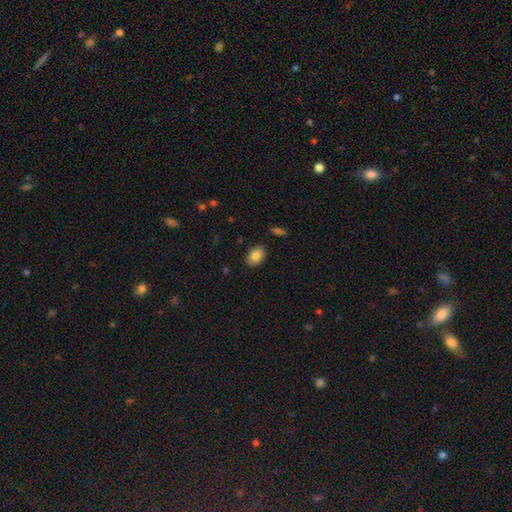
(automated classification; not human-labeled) Smooth or featured?
  - smooth: 85% *
  - star or artifact: 8%
  - featured or disk: 8%
How rounded?
  - in between: 84% *
  - round: 15%
  - cigar-shaped: 1%
Merging?
  - none: 88% *
  - minor disturbance: 9%
  - major disturbance: 2%
  - merger: 1%